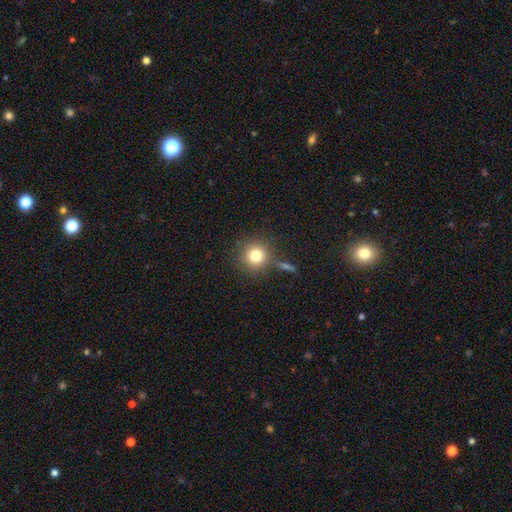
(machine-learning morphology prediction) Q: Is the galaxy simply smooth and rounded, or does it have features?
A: smooth — 78%.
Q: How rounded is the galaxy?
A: round — 94%.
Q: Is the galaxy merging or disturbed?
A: none — 79%.